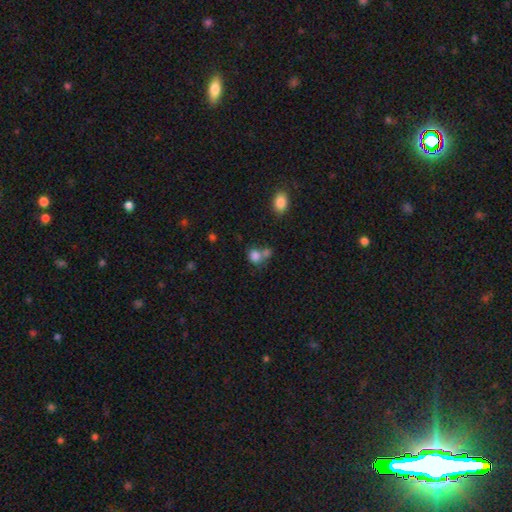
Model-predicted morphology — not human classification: This appears to be a smooth galaxy with no disk features (80%) that is round (68%). Merging: merger (43%).